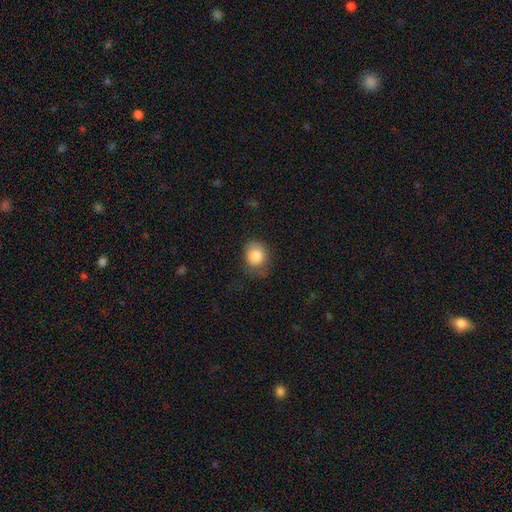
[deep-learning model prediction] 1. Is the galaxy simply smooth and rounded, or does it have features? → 85% smooth, 8% star or artifact, 7% featured or disk.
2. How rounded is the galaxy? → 62% round, 37% in between, 1% cigar-shaped.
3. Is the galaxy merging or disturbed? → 59% none, 29% minor disturbance, 11% major disturbance, 1% merger.